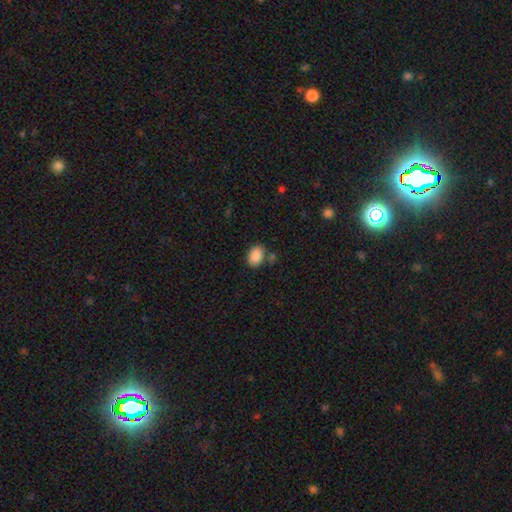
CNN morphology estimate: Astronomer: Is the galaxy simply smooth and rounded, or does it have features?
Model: smooth — 88%.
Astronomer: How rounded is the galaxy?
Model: in between — 81%.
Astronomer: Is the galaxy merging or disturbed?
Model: none — 72%.